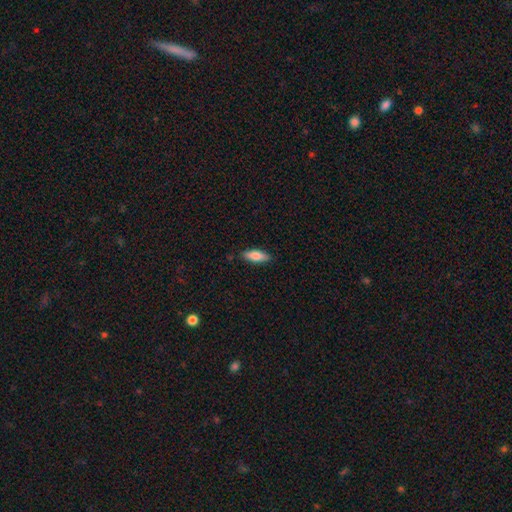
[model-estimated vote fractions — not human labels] Smooth or featured? Predicted: smooth (p=0.78). How rounded? Predicted: in between (p=0.65). Merging? Predicted: none (p=0.87).